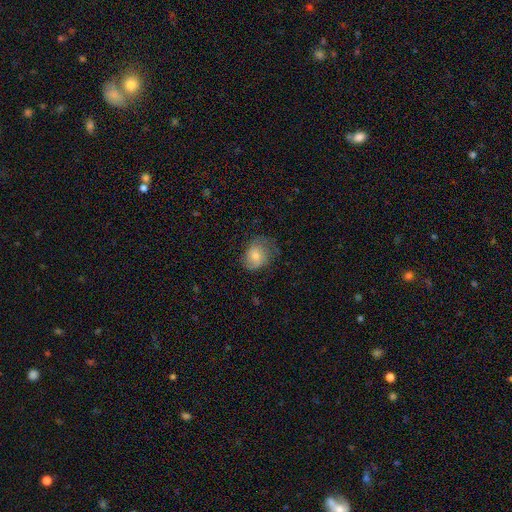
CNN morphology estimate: smooth 64%, featured or disk 28%, star or artifact 8%. Down the decision tree: how rounded — in between (50%); merging — none (51%).